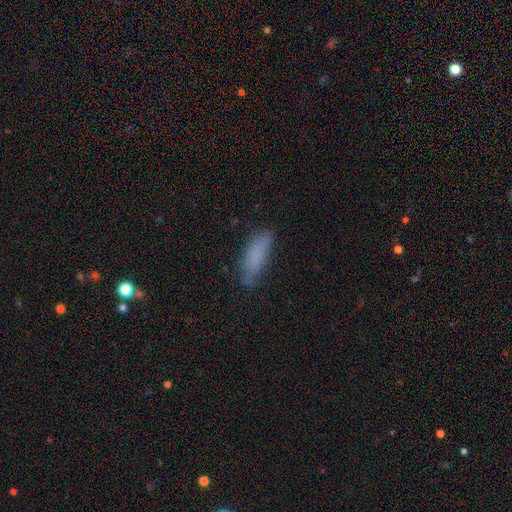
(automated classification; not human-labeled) smooth-or-featured: smooth: 78% | featured or disk: 12% | star or artifact: 9%
  how-rounded: in between: 52% | cigar-shaped: 46% | round: 2%
  merging: none: 69% | minor disturbance: 22% | major disturbance: 6% | merger: 2%